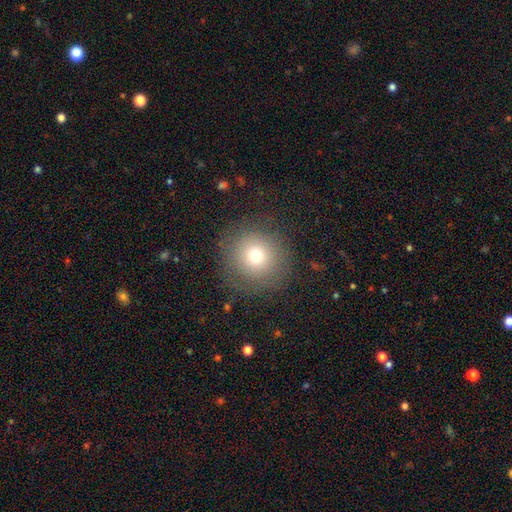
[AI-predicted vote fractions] Smooth or featured? smooth (71%)
How rounded? round (94%)
Merging? none (85%)